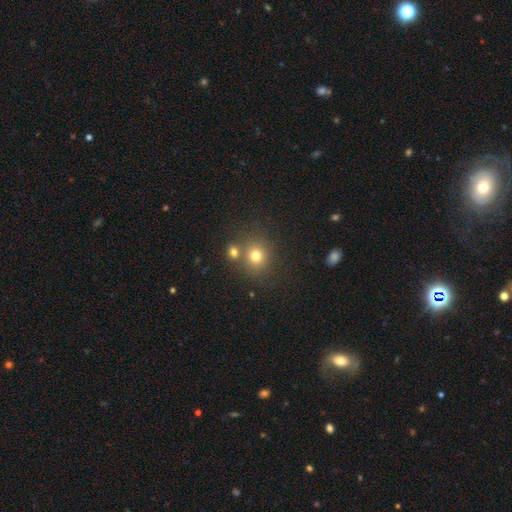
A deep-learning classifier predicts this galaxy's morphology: A smooth galaxy with no disk features (74%) that is round (83%).

Vote fractions:
- Smooth or featured? smooth: 74% / star or artifact: 16% / featured or disk: 9%
- How rounded? round: 83% / in between: 16% / cigar-shaped: 1%
- Merging? none: 66% / merger: 21% / minor disturbance: 9% / major disturbance: 4%